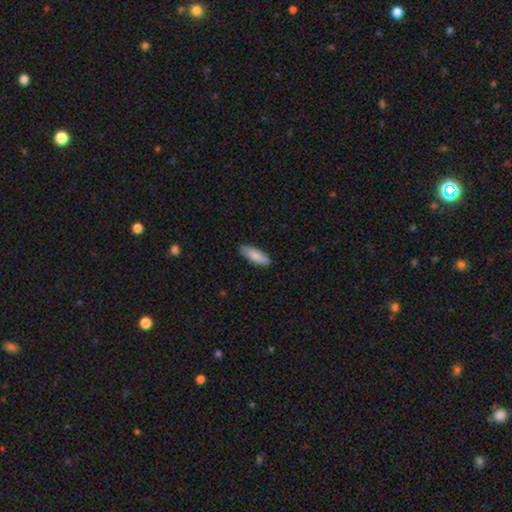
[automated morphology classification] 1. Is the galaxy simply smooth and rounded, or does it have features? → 86% smooth, 9% featured or disk, 5% star or artifact.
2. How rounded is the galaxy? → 60% in between, 39% cigar-shaped, 2% round.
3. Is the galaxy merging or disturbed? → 88% none, 9% minor disturbance, 2% major disturbance, 1% merger.